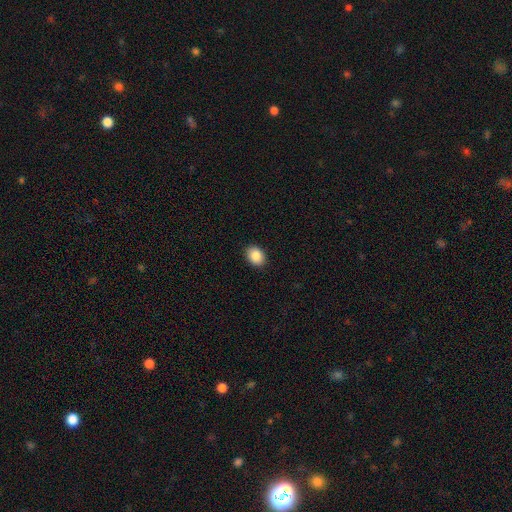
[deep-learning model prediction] A smooth galaxy with no disk features (88%) that is in between round and cigar-shaped (70%). Merging: none (90%).